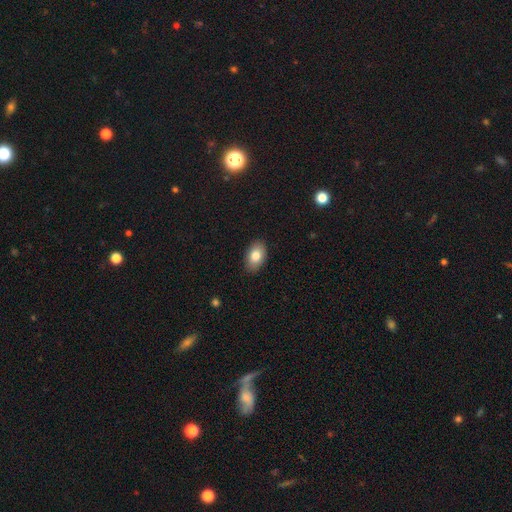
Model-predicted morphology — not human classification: Smooth or featured? Predicted: smooth (p=0.81). How rounded? Predicted: in between (p=0.91). Merging? Predicted: none (p=0.88).